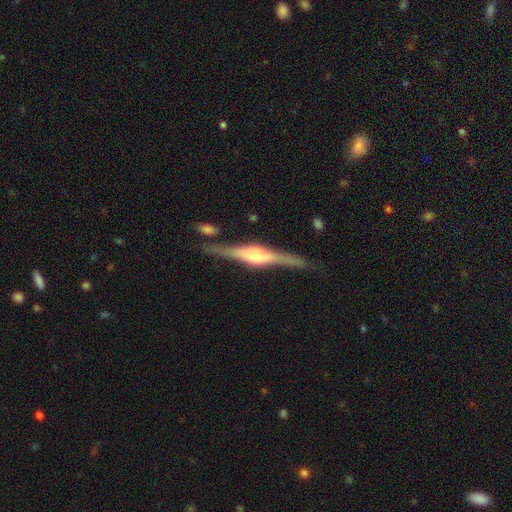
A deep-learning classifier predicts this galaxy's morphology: type=featured or disk (83%); edge-on=yes (97%); edge-on bulge=rounded (76%); merging=none (81%).